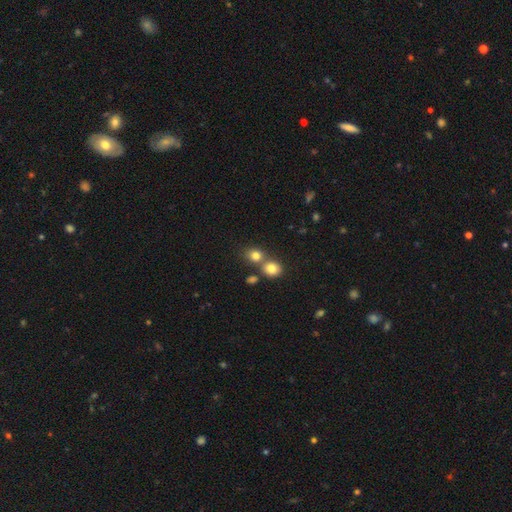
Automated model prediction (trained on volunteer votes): smooth_or_featured: smooth (p=0.79) [alt: star or artifact p=0.13]
how_rounded: round (p=0.73) [alt: in between p=0.26]
merging: none (p=0.52) [alt: merger p=0.37]